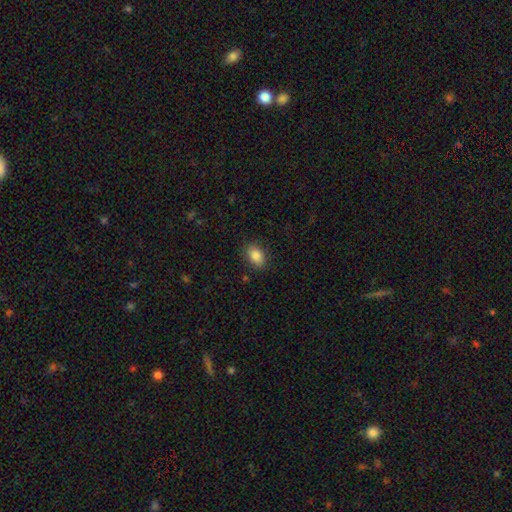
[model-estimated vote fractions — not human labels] Smooth or featured? Predicted: smooth (p=0.86). How rounded? Predicted: in between (p=0.83). Merging? Predicted: none (p=0.85).